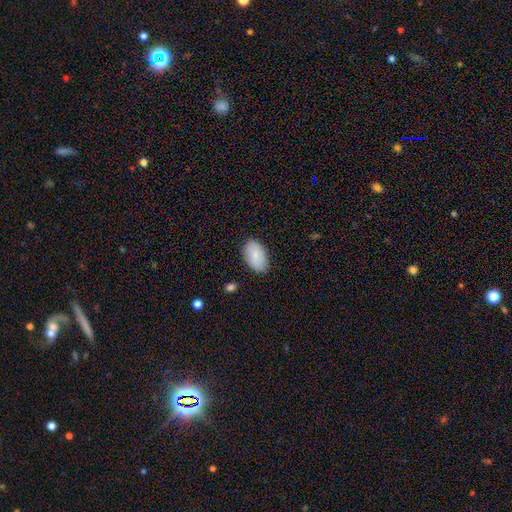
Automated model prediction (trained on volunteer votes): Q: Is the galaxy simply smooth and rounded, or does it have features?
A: smooth — 84%.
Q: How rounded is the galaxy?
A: in between — 93%.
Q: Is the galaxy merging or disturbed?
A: none — 86%.